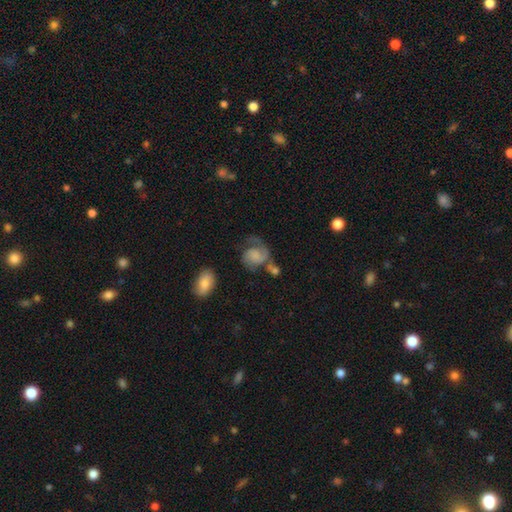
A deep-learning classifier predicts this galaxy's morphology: Q: Smooth or featured?
A: featured or disk (62%); runner-up: smooth (30%)
Q: Edge-on disk?
A: no (98%); runner-up: yes (2%)
Q: Bar?
A: no (67%); runner-up: weak (28%)
Q: Spiral arms?
A: yes (91%); runner-up: no (9%)
Q: Spiral winding?
A: medium (42%); runner-up: loose (30%)
Q: Spiral arm count?
A: 2 (49%); runner-up: 1 (42%)
Q: Bulge size?
A: none (44%); runner-up: small (24%)
Q: Merging?
A: none (37%); runner-up: major disturbance (30%)